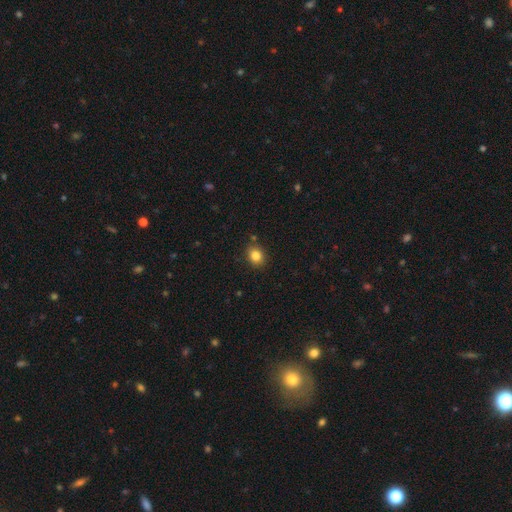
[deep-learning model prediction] Smooth or featured: smooth — 84% (star or artifact — 11%)
How rounded: round — 60% (in between — 39%)
Merging: none — 85% (minor disturbance — 10%)